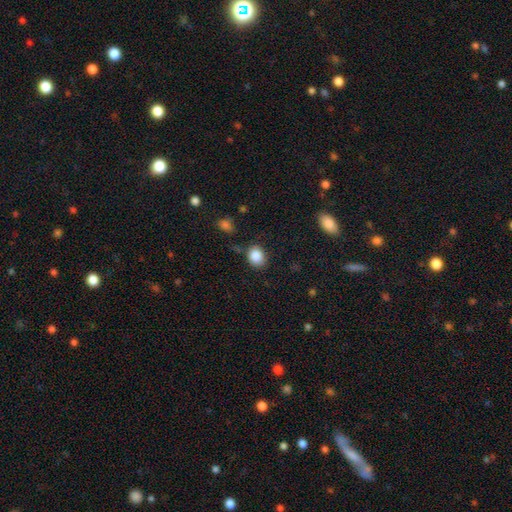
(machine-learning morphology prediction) Smooth or featured? smooth (87%)
How rounded? round (59%)
Merging? none (79%)